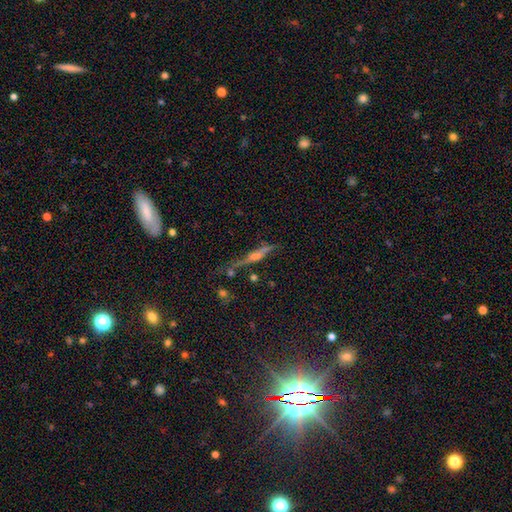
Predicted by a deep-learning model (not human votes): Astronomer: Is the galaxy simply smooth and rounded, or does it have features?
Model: featured or disk — 66%.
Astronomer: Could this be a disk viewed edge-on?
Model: yes — 93%.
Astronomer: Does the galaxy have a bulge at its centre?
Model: rounded — 76%.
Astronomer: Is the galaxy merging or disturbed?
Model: none — 70%.